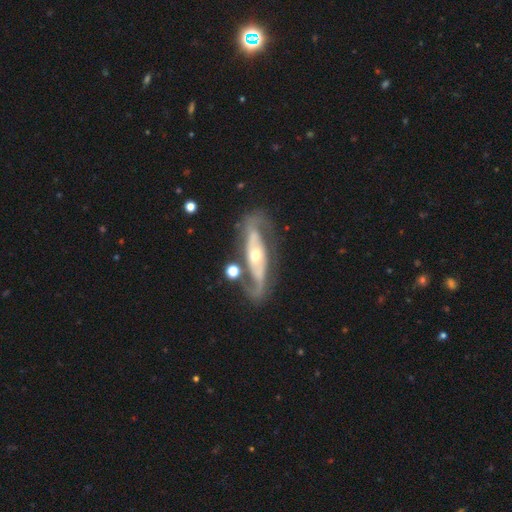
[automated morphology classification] A featured or disk galaxy (85%) with no bar (52%), 2 (87%) medium (43%) spiral arms (89%) and a moderate central bulge (62%). Merging: none (70%).